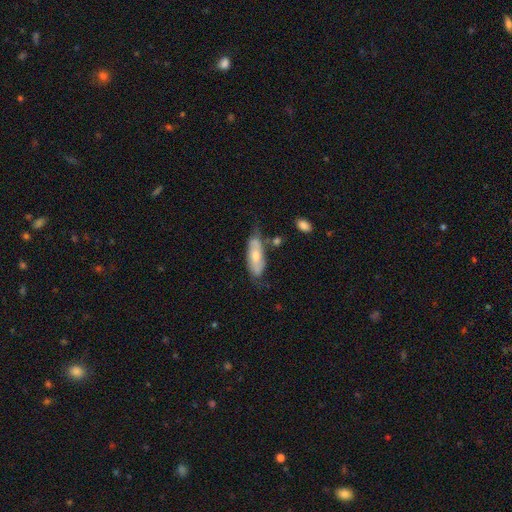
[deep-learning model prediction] Smooth or featured: smooth — 51% (featured or disk — 43%)
How rounded: in between — 67% (cigar-shaped — 31%)
Merging: none — 54% (minor disturbance — 29%)